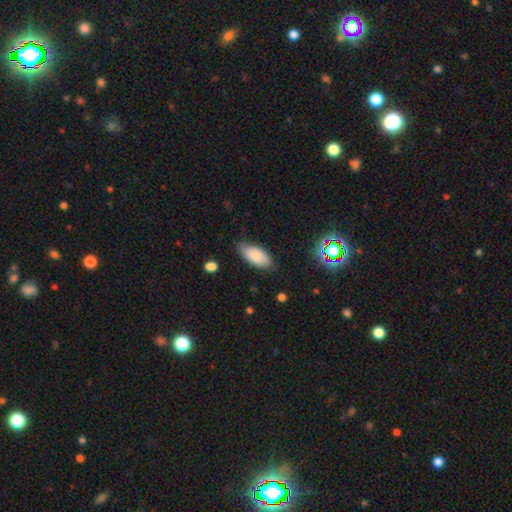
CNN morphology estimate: type=smooth (80%); roundness=in between (91%); merging=none (68%).